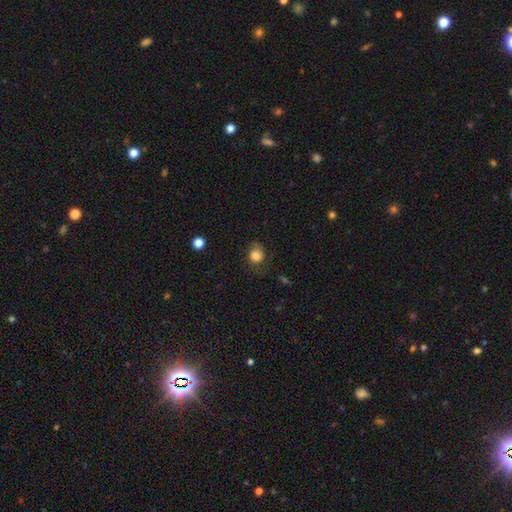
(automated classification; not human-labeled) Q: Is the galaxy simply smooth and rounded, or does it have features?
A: smooth — 77%.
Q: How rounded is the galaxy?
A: round — 65%.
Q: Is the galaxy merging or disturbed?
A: none — 57%.